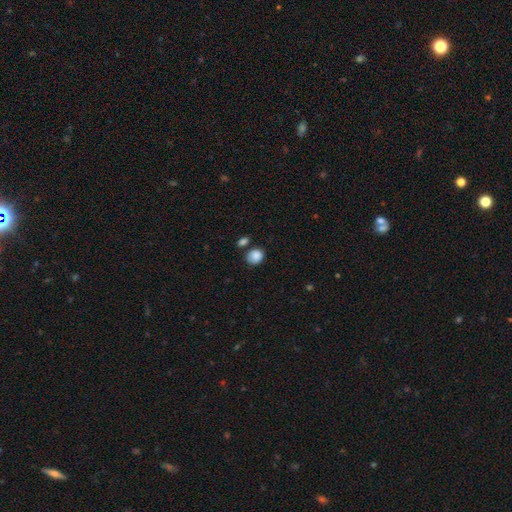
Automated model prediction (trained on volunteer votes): Smooth or featured: smooth — 87% (star or artifact — 9%)
How rounded: round — 65% (in between — 34%)
Merging: none — 65% (minor disturbance — 17%)